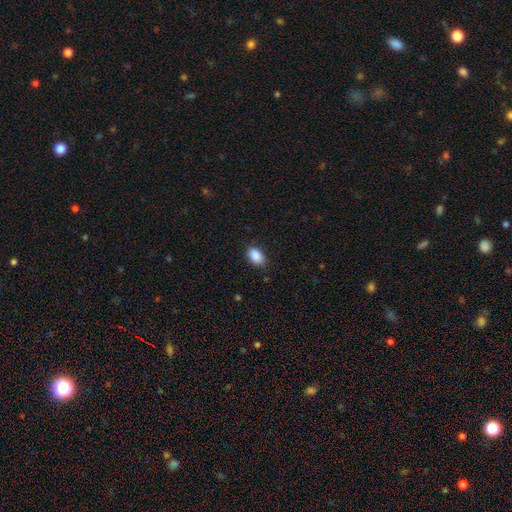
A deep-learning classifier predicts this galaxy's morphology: Overall: smooth (89%). How rounded: in between (89%). Merging: none (81%).